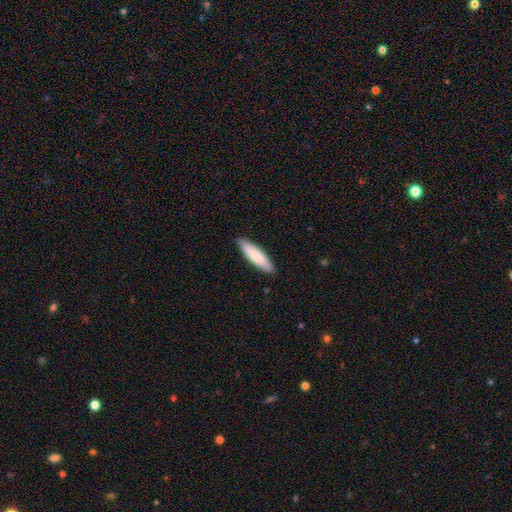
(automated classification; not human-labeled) Smooth or featured? Predicted: smooth (p=0.74). How rounded? Predicted: cigar-shaped (p=0.59). Merging? Predicted: none (p=0.86).